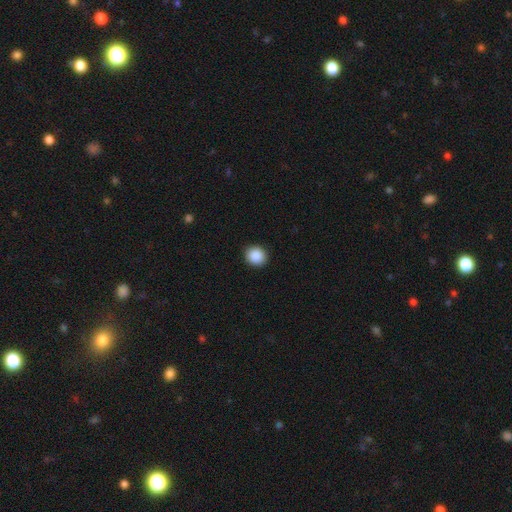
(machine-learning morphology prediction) A smooth galaxy with no disk features (89%) that is round (84%). Merging: none (92%).